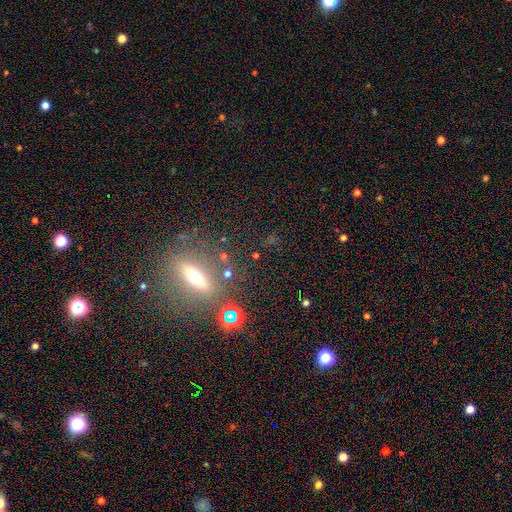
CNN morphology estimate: Q: Smooth or featured?
A: star or artifact (39%); runner-up: smooth (32%)